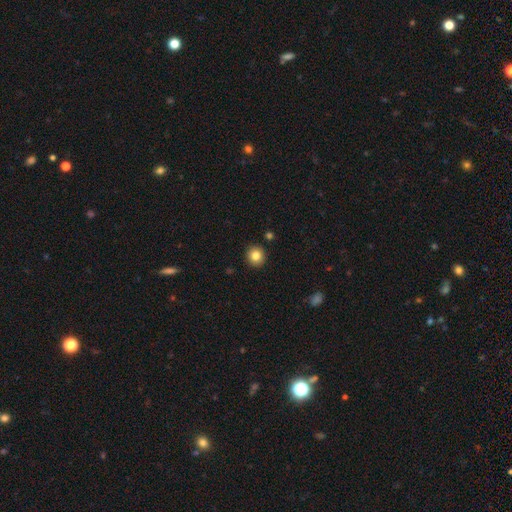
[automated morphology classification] Smooth or featured? Predicted: smooth (p=0.83). How rounded? Predicted: round (p=0.92). Merging? Predicted: none (p=0.92).